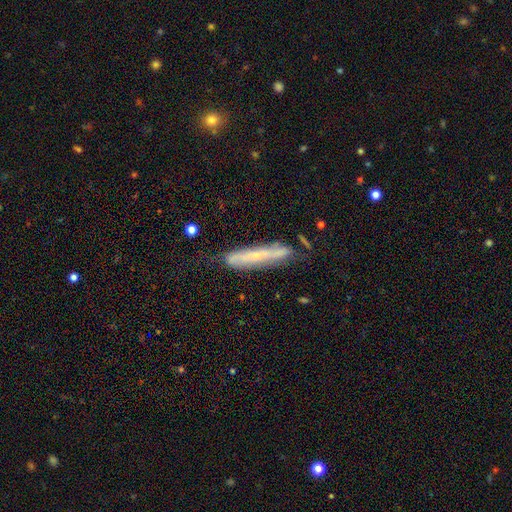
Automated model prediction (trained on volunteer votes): smooth-or-featured: featured or disk: 60% | smooth: 32% | star or artifact: 8%
  disk-edge-on: yes: 62% | no: 38%
  merging: none: 66% | minor disturbance: 24% | major disturbance: 7% | merger: 3%